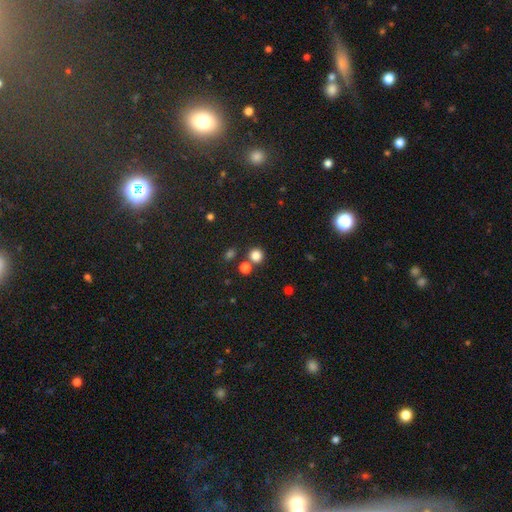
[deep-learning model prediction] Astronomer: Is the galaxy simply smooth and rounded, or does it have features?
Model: smooth — 82%.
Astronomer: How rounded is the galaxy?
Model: round — 89%.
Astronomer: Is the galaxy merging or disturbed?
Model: none — 74%.